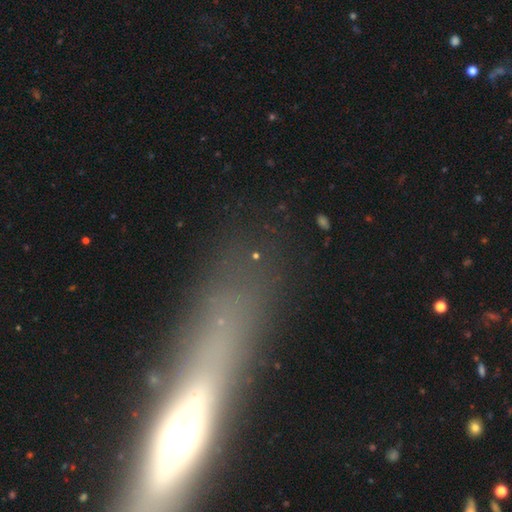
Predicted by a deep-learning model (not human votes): This is possibly a star or artifact rather than a galaxy (50%).